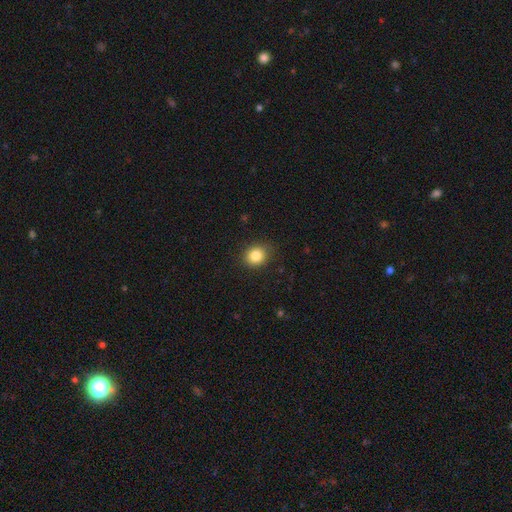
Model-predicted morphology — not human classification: Smooth or featured?
  - smooth: 84% *
  - star or artifact: 10%
  - featured or disk: 5%
How rounded?
  - round: 72% *
  - in between: 27%
  - cigar-shaped: 1%
Merging?
  - none: 85% *
  - minor disturbance: 11%
  - major disturbance: 3%
  - merger: 1%